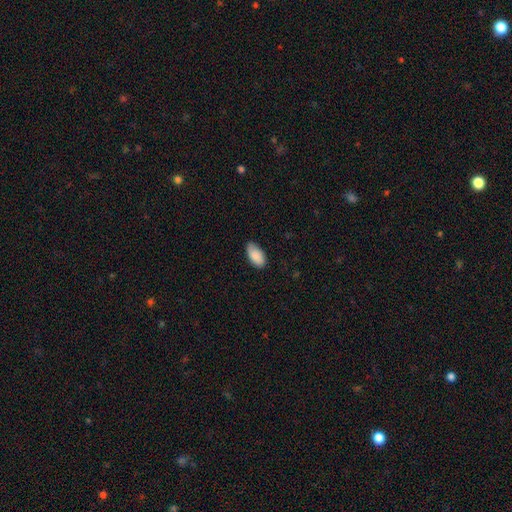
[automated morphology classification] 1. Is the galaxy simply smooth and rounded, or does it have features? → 88% smooth, 6% star or artifact, 6% featured or disk.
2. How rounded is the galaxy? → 95% in between, 3% cigar-shaped, 2% round.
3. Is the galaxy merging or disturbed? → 77% none, 19% minor disturbance, 3% major disturbance, 1% merger.